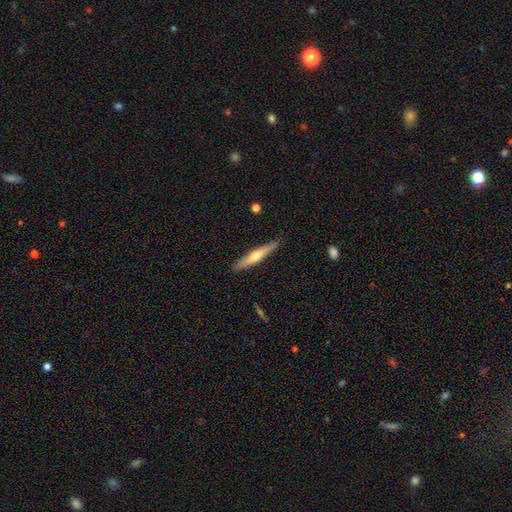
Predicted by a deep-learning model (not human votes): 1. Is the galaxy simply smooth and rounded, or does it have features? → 52% featured or disk, 43% smooth, 6% star or artifact.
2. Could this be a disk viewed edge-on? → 94% yes, 6% no.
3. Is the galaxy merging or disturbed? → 89% none, 8% minor disturbance, 2% major disturbance, 1% merger.